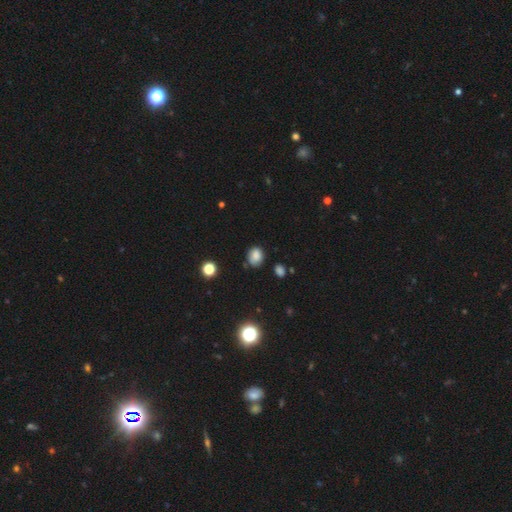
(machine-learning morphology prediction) The model was most divided on "how rounded": round: 55%, in between: 44%, cigar-shaped: 1%. More confident: smooth or featured — smooth (79%); merging — none (67%).